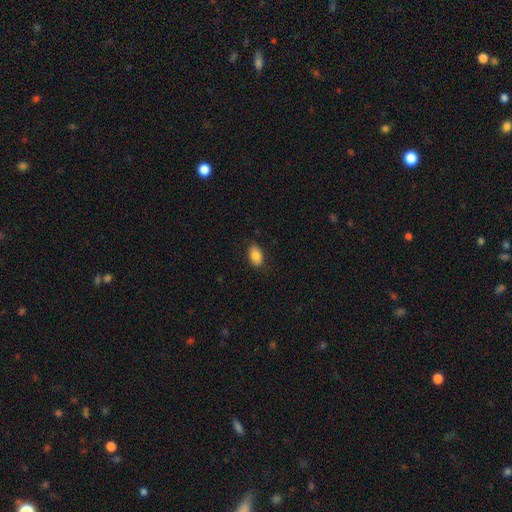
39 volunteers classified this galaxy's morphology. This is clearly a smooth galaxy (92%). How rounded: clearly in between (92%). Merging: clearly none (86%).